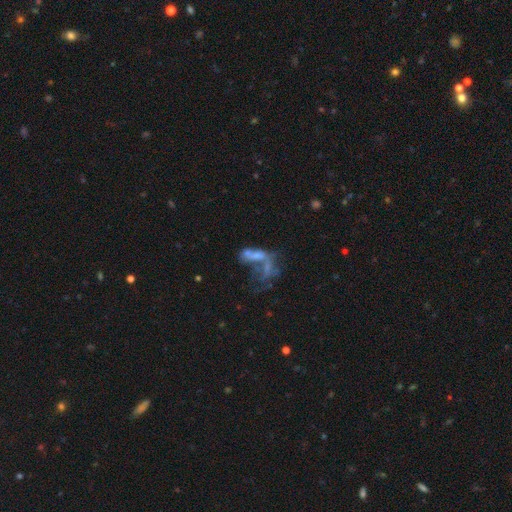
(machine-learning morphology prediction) Smooth or featured: featured or disk — 49% (smooth — 33%)
Merging: merger — 48% (major disturbance — 31%)